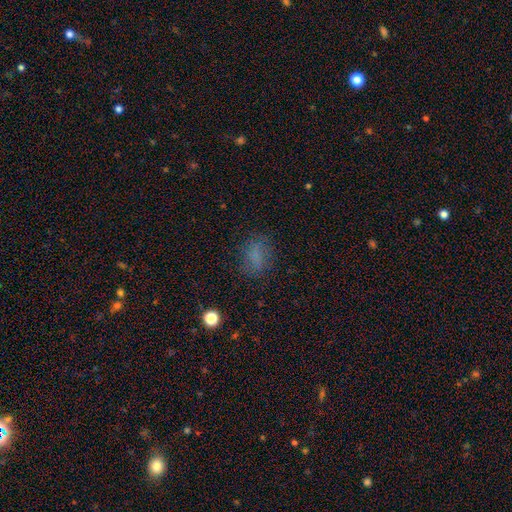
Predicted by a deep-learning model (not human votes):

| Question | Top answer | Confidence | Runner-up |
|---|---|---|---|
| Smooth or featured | smooth | 72% | star or artifact (16%) |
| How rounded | in between | 72% | round (23%) |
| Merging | none | 75% | minor disturbance (16%) |